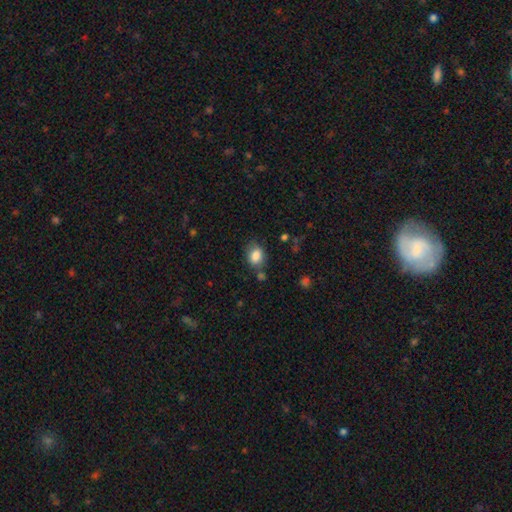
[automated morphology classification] Smooth or featured? smooth (85%)
How rounded? in between (62%)
Merging? none (68%)